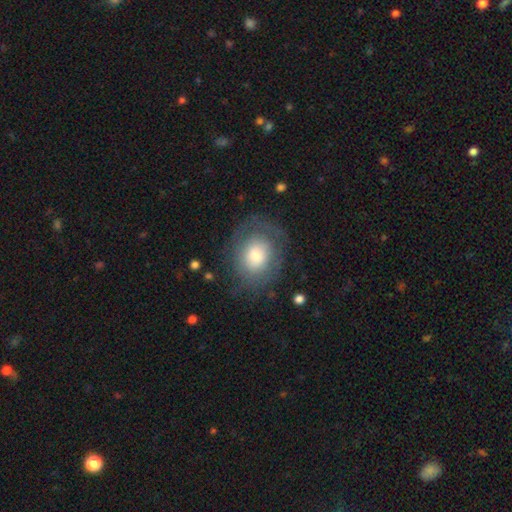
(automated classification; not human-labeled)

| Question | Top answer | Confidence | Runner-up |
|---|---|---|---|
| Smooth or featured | smooth | 59% | featured or disk (33%) |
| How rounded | round | 60% | in between (39%) |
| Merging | none | 70% | minor disturbance (17%) |